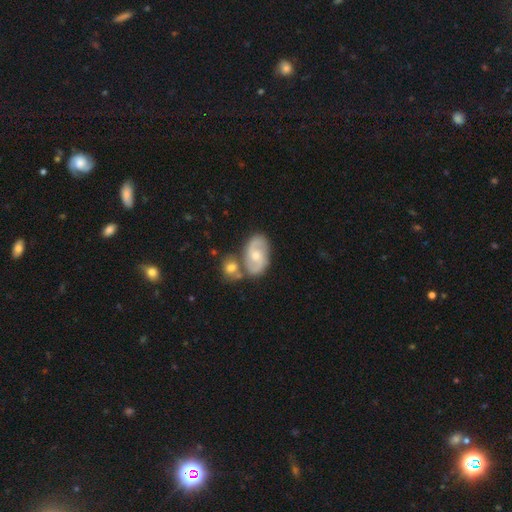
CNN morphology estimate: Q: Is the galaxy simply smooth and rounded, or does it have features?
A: featured or disk — 79%.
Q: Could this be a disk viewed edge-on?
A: no — 97%.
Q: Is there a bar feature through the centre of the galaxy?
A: no — 56%.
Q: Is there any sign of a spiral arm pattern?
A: yes — 93%.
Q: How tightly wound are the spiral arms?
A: medium — 55%.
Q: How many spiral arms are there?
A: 2 — 90%.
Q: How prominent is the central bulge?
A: moderate — 57%.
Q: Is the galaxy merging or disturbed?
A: none — 56%.